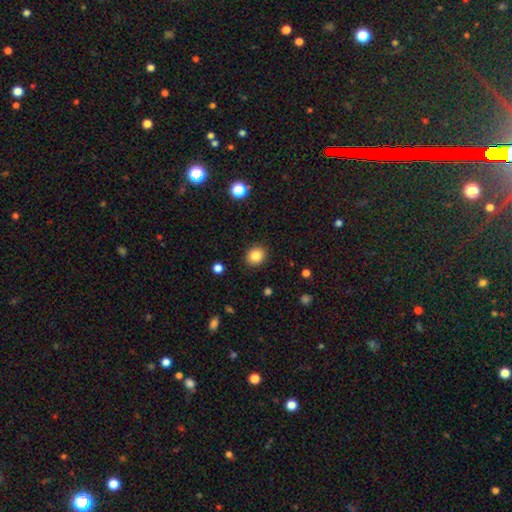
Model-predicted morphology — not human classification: Smooth or featured?
  - smooth: 84% *
  - star or artifact: 10%
  - featured or disk: 6%
How rounded?
  - round: 73% *
  - in between: 26%
  - cigar-shaped: 1%
Merging?
  - none: 90% *
  - minor disturbance: 7%
  - major disturbance: 2%
  - merger: 1%